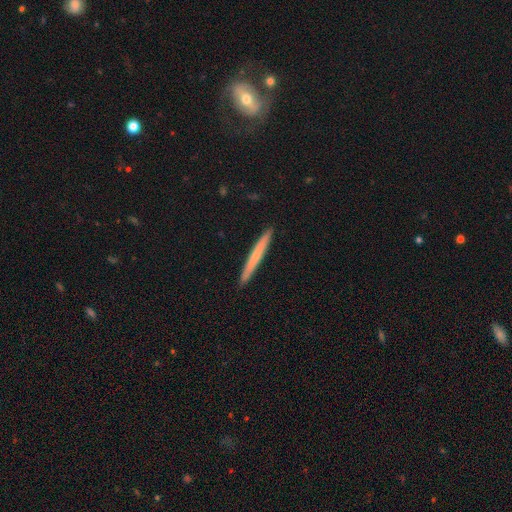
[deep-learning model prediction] The model was most divided on "smooth or featured": smooth: 61%, featured or disk: 34%, star or artifact: 5%. More confident: how rounded — cigar-shaped (97%); merging — none (93%).